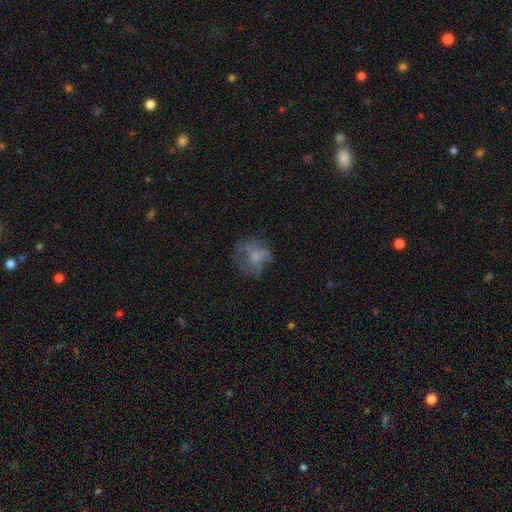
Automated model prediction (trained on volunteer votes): Smooth or featured? Predicted: smooth (p=0.52). How rounded? Predicted: round (p=0.62). Merging? Predicted: none (p=0.51).